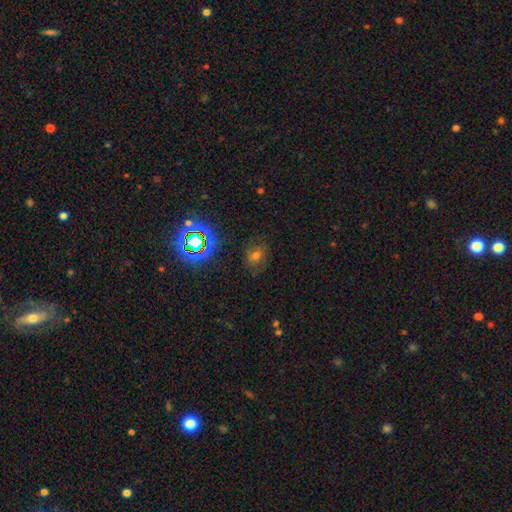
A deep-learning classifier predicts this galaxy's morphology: type=smooth (56%); roundness=round (57%); merging=none (73%).